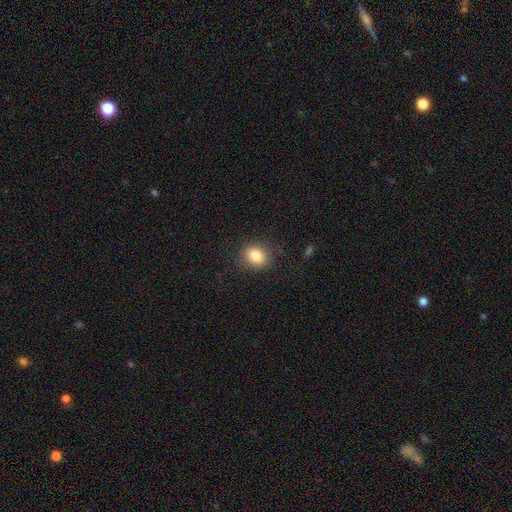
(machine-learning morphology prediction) A smooth galaxy with no disk features (83%) that is round (54%).

Vote fractions:
- Smooth or featured? smooth: 83% / star or artifact: 10% / featured or disk: 7%
- How rounded? round: 54% / in between: 45% / cigar-shaped: 1%
- Merging? none: 87% / minor disturbance: 9% / major disturbance: 3% / merger: 1%